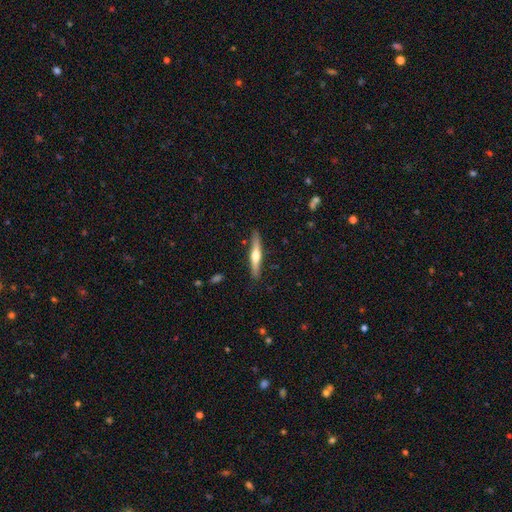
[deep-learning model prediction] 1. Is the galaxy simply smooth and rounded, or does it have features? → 57% featured or disk, 37% smooth, 5% star or artifact.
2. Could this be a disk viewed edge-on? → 96% yes, 4% no.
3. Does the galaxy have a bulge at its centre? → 90% rounded, 6% none, 4% boxy.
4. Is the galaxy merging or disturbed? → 87% none, 9% minor disturbance, 2% major disturbance, 2% merger.